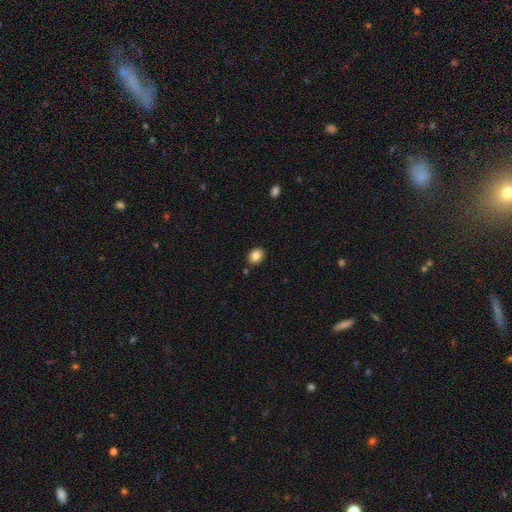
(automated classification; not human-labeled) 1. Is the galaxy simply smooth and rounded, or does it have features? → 85% smooth, 9% star or artifact, 6% featured or disk.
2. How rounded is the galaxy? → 52% in between, 47% round, 1% cigar-shaped.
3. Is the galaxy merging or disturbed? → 87% none, 9% minor disturbance, 3% merger, 2% major disturbance.